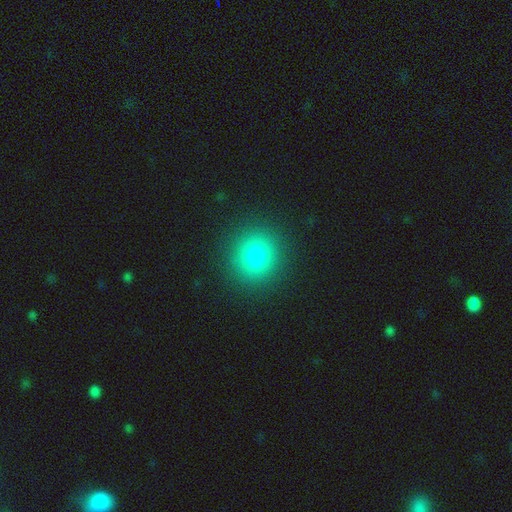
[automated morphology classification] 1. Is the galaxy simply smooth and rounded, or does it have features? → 80% smooth, 13% star or artifact, 7% featured or disk.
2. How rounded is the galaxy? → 89% round, 10% in between, 1% cigar-shaped.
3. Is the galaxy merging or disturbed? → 90% none, 6% minor disturbance, 3% major disturbance, 1% merger.